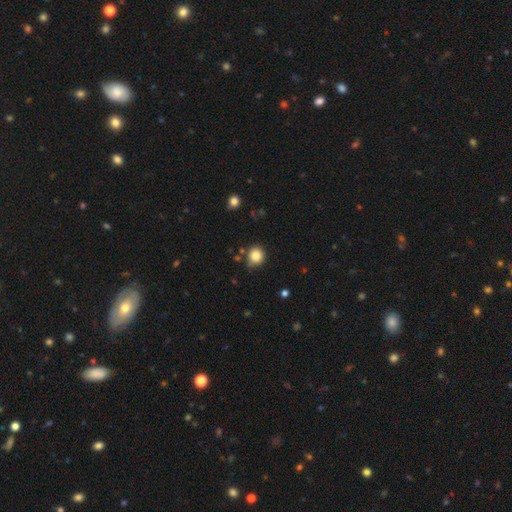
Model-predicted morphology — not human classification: The model was most divided on "merging": none: 78%, minor disturbance: 15%, merger: 4%, major disturbance: 3%. More confident: how rounded — round (87%); smooth or featured — smooth (84%).